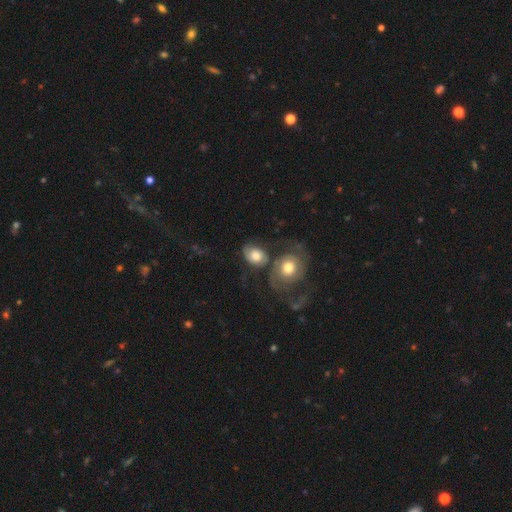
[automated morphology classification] Smooth or featured?
  - smooth: 53% *
  - featured or disk: 39%
  - star or artifact: 8%
How rounded?
  - in between: 57% *
  - round: 42%
  - cigar-shaped: 1%
Merging?
  - merger: 37% *
  - none: 32%
  - minor disturbance: 16%
  - major disturbance: 14%